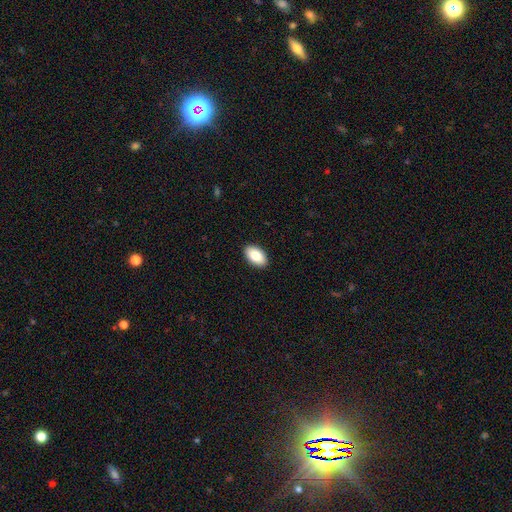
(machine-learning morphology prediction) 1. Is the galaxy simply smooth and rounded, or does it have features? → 85% smooth, 8% featured or disk, 7% star or artifact.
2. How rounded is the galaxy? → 95% in between, 4% round, 1% cigar-shaped.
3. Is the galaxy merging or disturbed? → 91% none, 7% minor disturbance, 2% major disturbance, 1% merger.